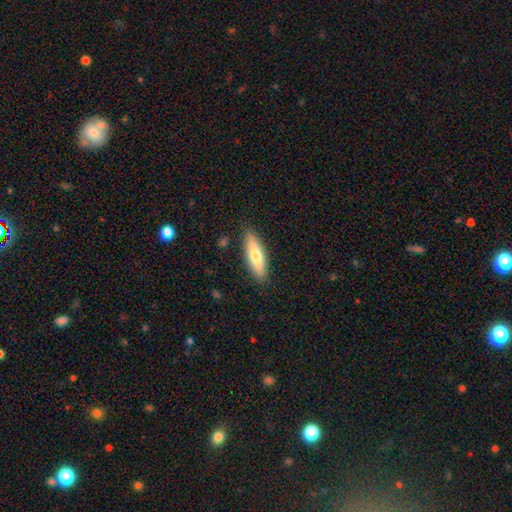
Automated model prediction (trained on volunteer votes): A smooth galaxy with no disk features (67%) that is cigar-shaped (59%).

Vote fractions:
- Smooth or featured? smooth: 67% / featured or disk: 27% / star or artifact: 6%
- How rounded? cigar-shaped: 59% / in between: 39% / round: 2%
- Merging? none: 86% / minor disturbance: 10% / major disturbance: 2% / merger: 1%